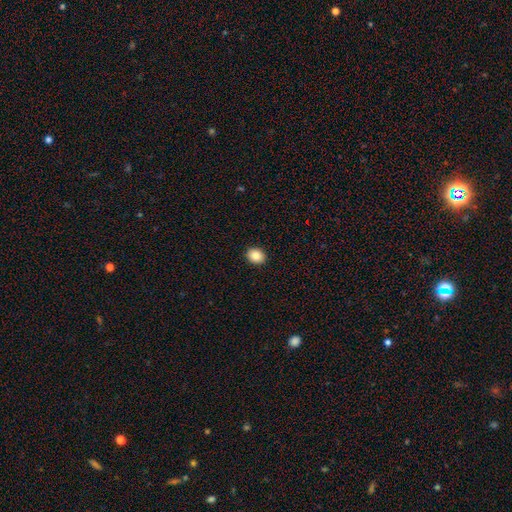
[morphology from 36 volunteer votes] A smooth galaxy with no disk features (92%) that is in between round and cigar-shaped (55%).

Vote fractions:
- Smooth or featured? smooth: 92% / featured or disk: 6% / star or artifact: 3%
- How rounded? in between: 55% / round: 45% / cigar-shaped: 0%
- Merging? none: 89% / minor disturbance: 9% / major disturbance: 3% / merger: 0%